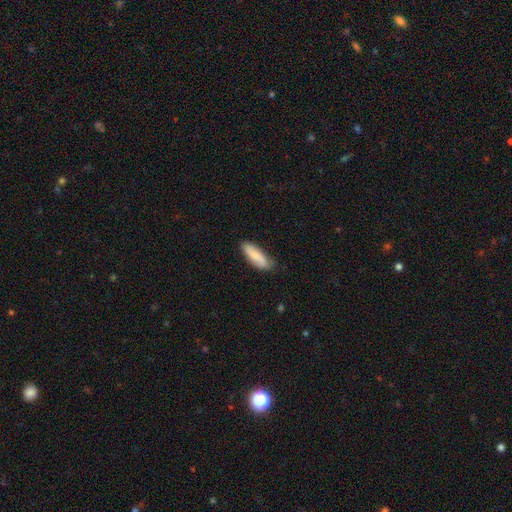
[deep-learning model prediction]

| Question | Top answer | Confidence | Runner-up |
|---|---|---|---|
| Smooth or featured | smooth | 80% | featured or disk (14%) |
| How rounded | in between | 51% | cigar-shaped (47%) |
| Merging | none | 78% | minor disturbance (18%) |